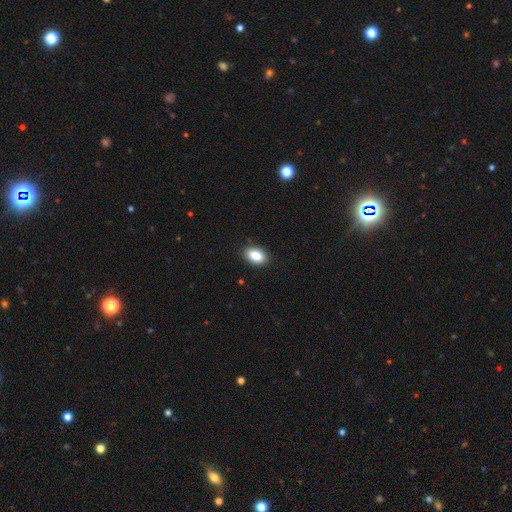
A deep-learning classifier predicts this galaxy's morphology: This is clearly a smooth galaxy (87%). How rounded: clearly in between (90%). Merging: clearly none (89%).